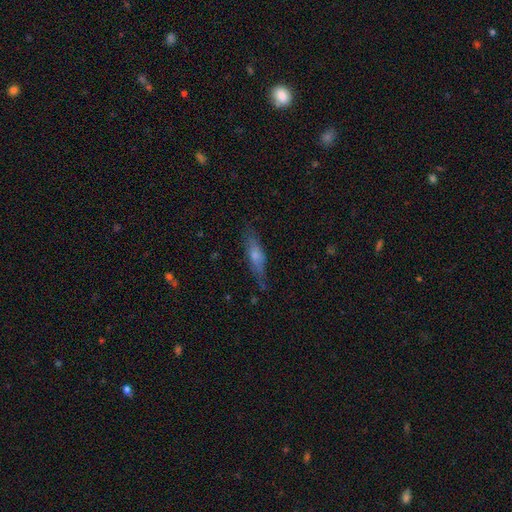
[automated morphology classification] A smooth galaxy with no disk features (55%) that is cigar-shaped (71%).

Vote fractions:
- Smooth or featured? smooth: 55% / featured or disk: 37% / star or artifact: 8%
- How rounded? cigar-shaped: 71% / in between: 27% / round: 2%
- Merging? none: 74% / minor disturbance: 19% / major disturbance: 5% / merger: 2%